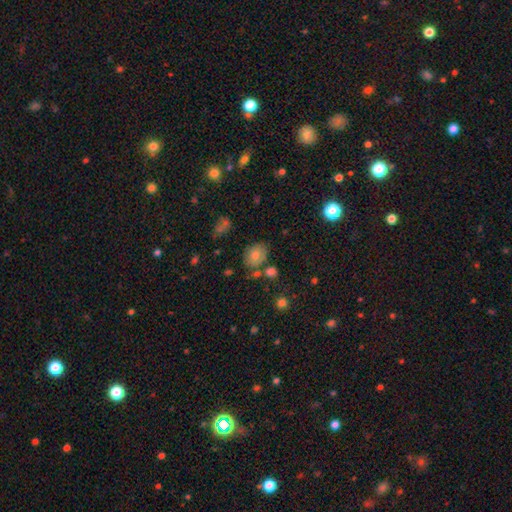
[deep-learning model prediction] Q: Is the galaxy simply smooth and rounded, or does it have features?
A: smooth — 76%.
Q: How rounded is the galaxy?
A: in between — 56%.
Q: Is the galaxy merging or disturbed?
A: none — 68%.